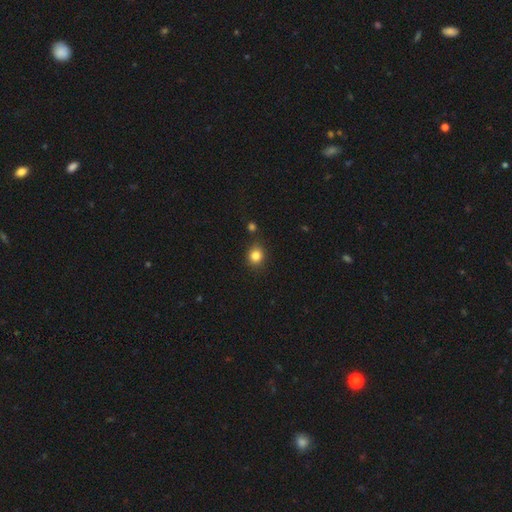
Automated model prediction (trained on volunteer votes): smooth 83%, star or artifact 12%, featured or disk 5%. Down the decision tree: how rounded — round (78%); merging — none (81%).